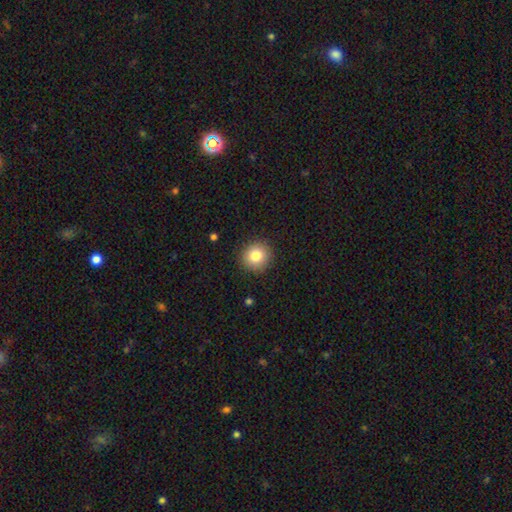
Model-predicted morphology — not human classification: smooth 82%, star or artifact 10%, featured or disk 8%. Down the decision tree: how rounded — round (92%); merging — none (91%).